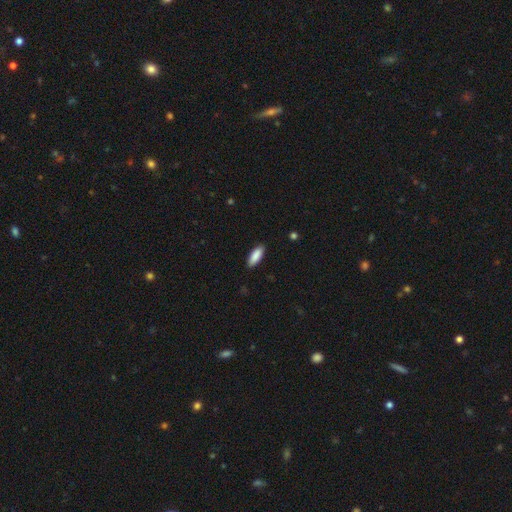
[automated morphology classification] smooth 89%, star or artifact 6%, featured or disk 6%. Down the decision tree: how rounded — in between (73%); merging — none (87%).